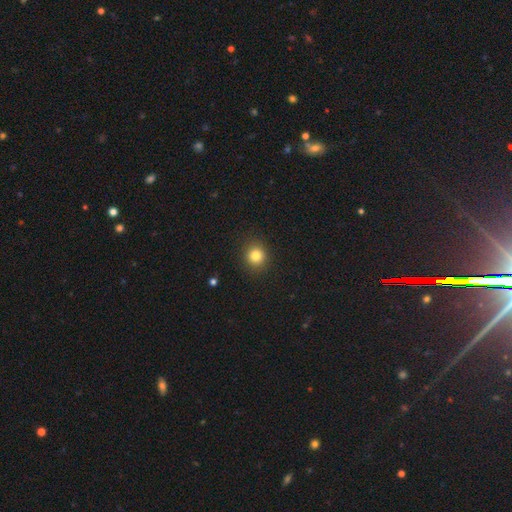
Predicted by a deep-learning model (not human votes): Morphology: type=smooth (82%); roundness=round (90%); merging=none (91%).